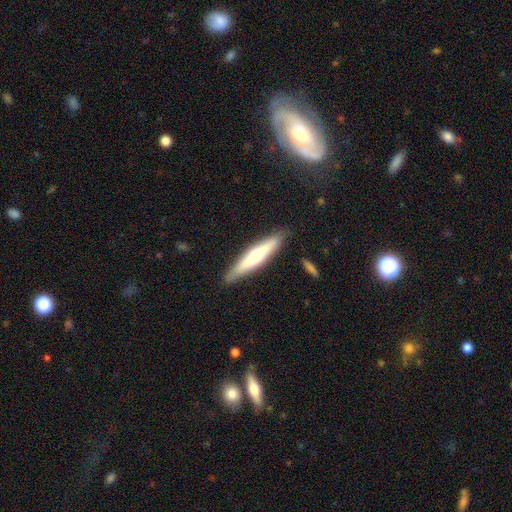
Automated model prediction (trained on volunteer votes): A smooth galaxy with no disk features (52%) that is cigar-shaped (87%). Merging: none (87%).